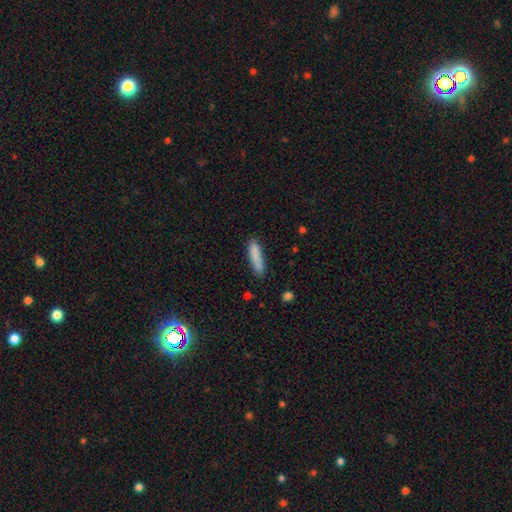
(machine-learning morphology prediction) A smooth galaxy with no disk features (84%) that is cigar-shaped (79%).

Vote fractions:
- Smooth or featured? smooth: 84% / featured or disk: 9% / star or artifact: 7%
- How rounded? cigar-shaped: 79% / in between: 20% / round: 1%
- Merging? none: 76% / minor disturbance: 18% / major disturbance: 4% / merger: 2%